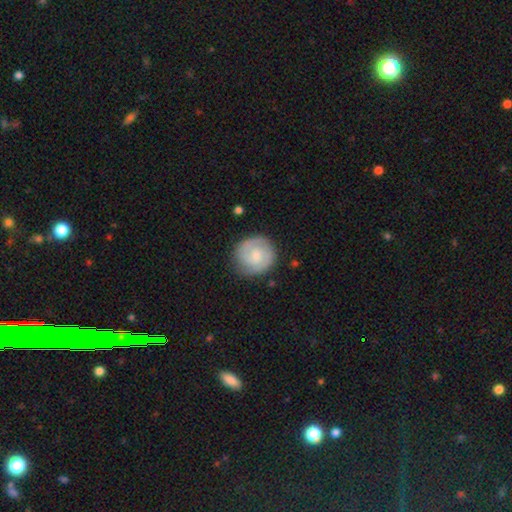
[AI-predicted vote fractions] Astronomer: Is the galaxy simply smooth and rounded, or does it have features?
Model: featured or disk — 66%.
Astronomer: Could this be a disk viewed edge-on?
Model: no — 98%.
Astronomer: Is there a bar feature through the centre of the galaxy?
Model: no — 58% (runner-up: weak, 37%).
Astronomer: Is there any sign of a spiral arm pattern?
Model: yes — 93%.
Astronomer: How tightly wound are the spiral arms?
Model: tight — 57% (runner-up: medium, 34%).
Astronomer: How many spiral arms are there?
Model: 2 — 72%.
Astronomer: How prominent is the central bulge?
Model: small — 40% (runner-up: moderate, 37%).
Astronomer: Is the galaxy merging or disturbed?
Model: none — 83%.